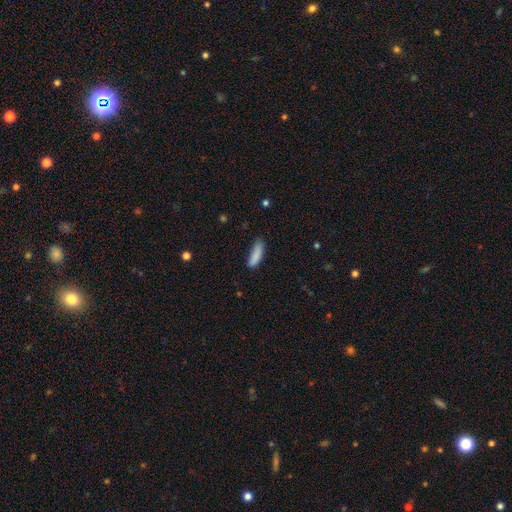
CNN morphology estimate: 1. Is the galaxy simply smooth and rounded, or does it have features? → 87% smooth, 7% star or artifact, 6% featured or disk.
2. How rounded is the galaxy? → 50% cigar-shaped, 48% in between, 2% round.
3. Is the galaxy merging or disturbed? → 70% none, 23% minor disturbance, 5% major disturbance, 2% merger.